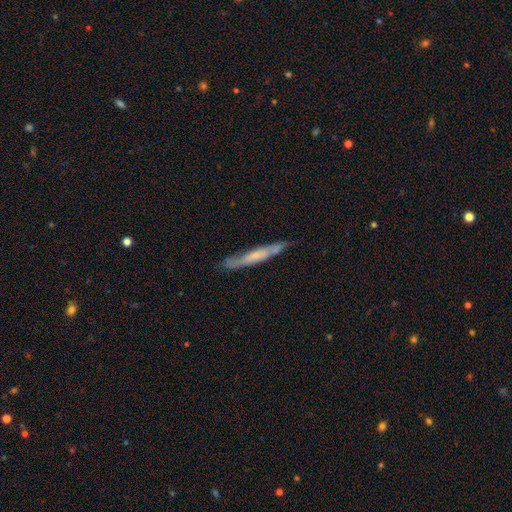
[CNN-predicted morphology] Smooth or featured? Predicted: featured or disk (p=0.52). Edge-on disk? Predicted: yes (p=0.75). Merging? Predicted: none (p=0.66).